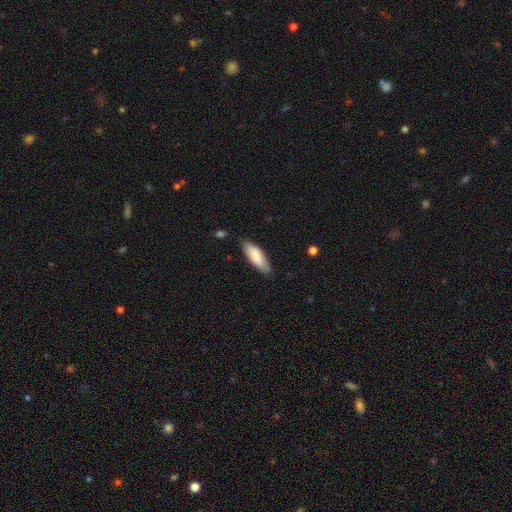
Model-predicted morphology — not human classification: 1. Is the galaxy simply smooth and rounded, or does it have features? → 83% smooth, 11% featured or disk, 5% star or artifact.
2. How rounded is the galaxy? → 63% in between, 35% cigar-shaped, 1% round.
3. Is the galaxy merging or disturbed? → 77% none, 18% minor disturbance, 3% major disturbance, 2% merger.